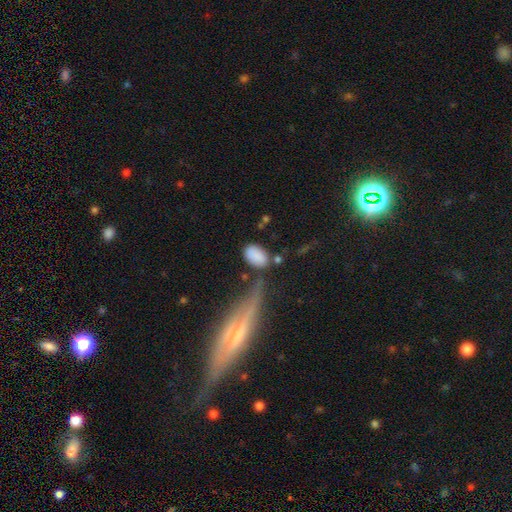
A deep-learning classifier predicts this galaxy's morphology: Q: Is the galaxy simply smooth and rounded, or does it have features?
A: smooth — 85%.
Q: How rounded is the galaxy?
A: in between — 91%.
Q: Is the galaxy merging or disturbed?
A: none — 60%.